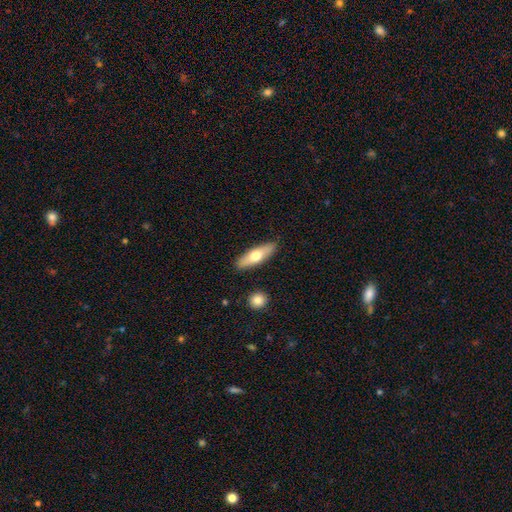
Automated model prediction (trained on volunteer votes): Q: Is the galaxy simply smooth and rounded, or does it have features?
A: smooth — 62%.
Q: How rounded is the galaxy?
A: cigar-shaped — 49%.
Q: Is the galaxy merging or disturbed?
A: none — 88%.